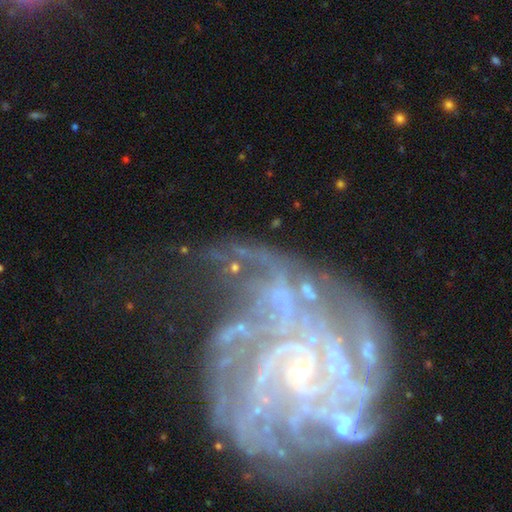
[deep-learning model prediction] This appears to be a featured or disk galaxy (87%) with no bar (71%), tight (64%) spiral arms (96%) and a small central bulge (86%). Merging: none (47%).